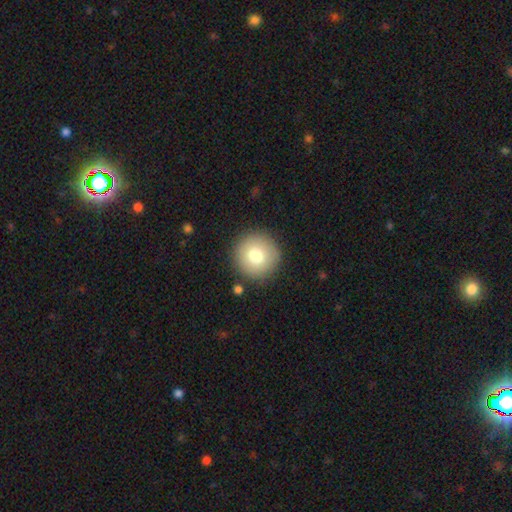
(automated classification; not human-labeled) Smooth or featured?
  - smooth: 77% *
  - featured or disk: 13%
  - star or artifact: 10%
How rounded?
  - round: 96% *
  - in between: 3%
  - cigar-shaped: 1%
Merging?
  - none: 89% *
  - minor disturbance: 7%
  - major disturbance: 2%
  - merger: 2%